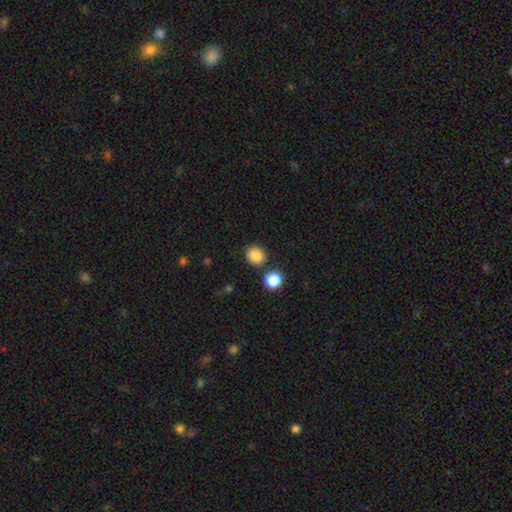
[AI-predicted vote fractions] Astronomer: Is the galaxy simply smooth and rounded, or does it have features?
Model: smooth — 86%.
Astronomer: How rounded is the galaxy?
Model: round — 76%.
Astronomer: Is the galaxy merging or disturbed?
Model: none — 83%.